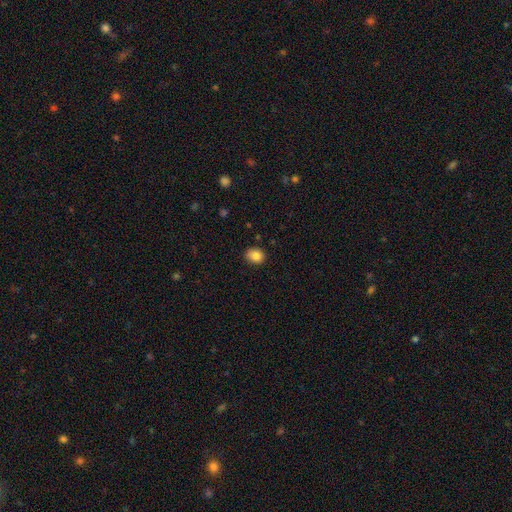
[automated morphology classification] Overall: smooth (85%). How rounded: round (51%; in between 48%). Merging: none (81%).